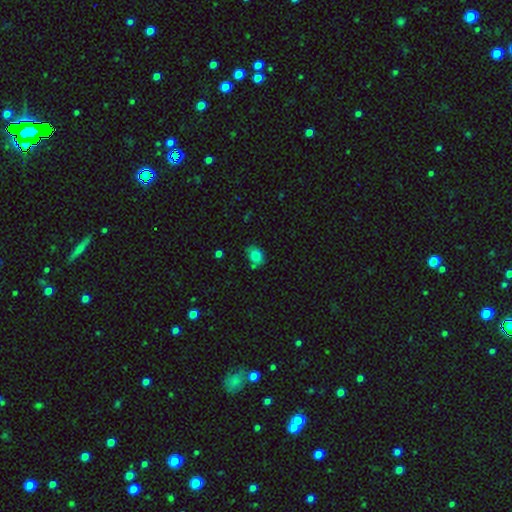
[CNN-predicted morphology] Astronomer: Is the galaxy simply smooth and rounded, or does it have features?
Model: smooth — 80%.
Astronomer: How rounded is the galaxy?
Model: in between — 54% (runner-up: round, 45%).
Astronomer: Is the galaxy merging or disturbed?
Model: none — 61%.